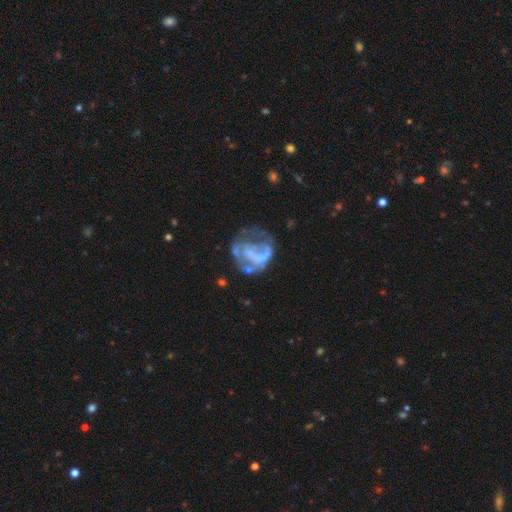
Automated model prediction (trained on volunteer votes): The model was most divided on "merging": major disturbance: 39%, none: 34%, minor disturbance: 19%, merger: 8%. More confident: edge-on disk — no (98%); smooth or featured — featured or disk (70%); bar — no (70%); bulge size — none (63%); spiral arms — no (62%).